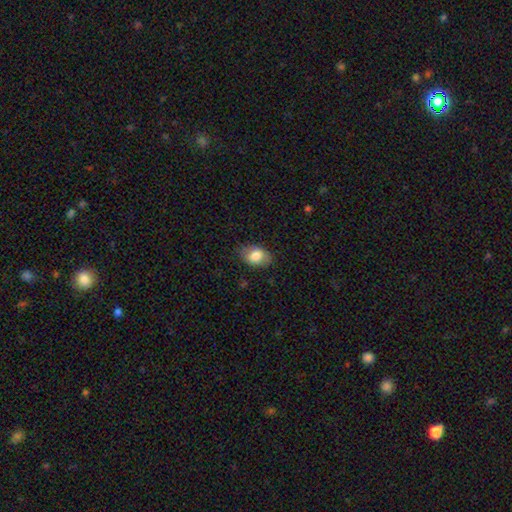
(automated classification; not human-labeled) The model was most divided on "smooth or featured": smooth: 80%, featured or disk: 13%, star or artifact: 7%. More confident: how rounded — in between (87%); merging — none (82%).